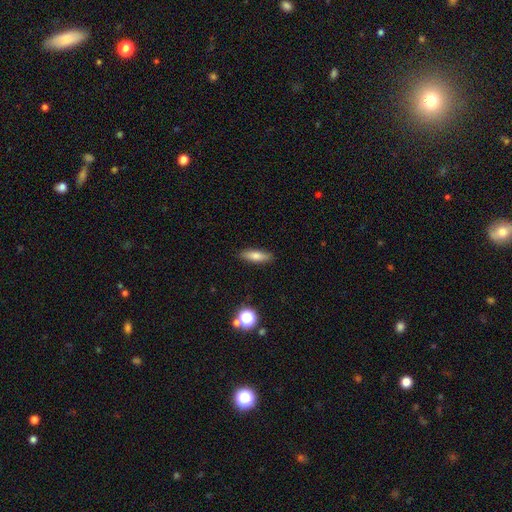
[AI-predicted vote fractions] A smooth galaxy with no disk features (75%) that is cigar-shaped (50%). Merging: none (88%).